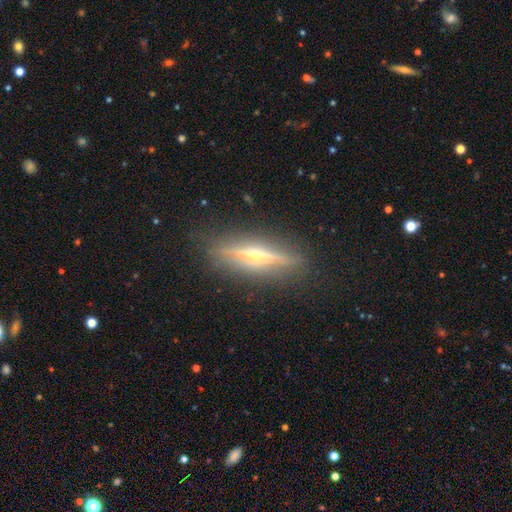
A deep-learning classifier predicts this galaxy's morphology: Smooth or featured? featured or disk (78%)
Edge-on disk? yes (94%)
Edge-on bulge? rounded (90%)
Merging? none (86%)